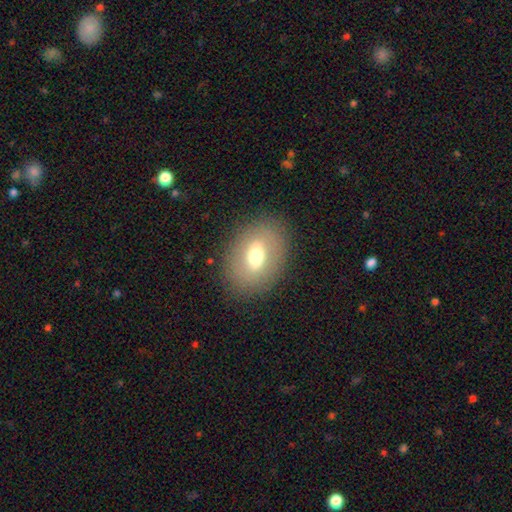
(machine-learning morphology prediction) smooth-or-featured: smooth: 58% | featured or disk: 33% | star or artifact: 9%
  how-rounded: in between: 76% | round: 22% | cigar-shaped: 2%
  merging: none: 84% | minor disturbance: 10% | major disturbance: 5% | merger: 1%